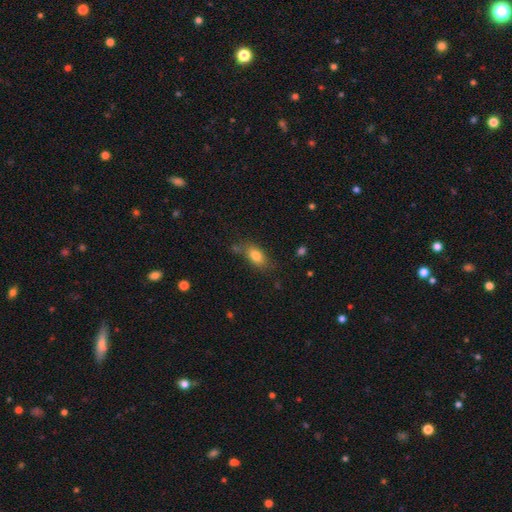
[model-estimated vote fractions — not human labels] This is likely a smooth galaxy (79%). How rounded: clearly in between (83%). Merging: likely none (66%).